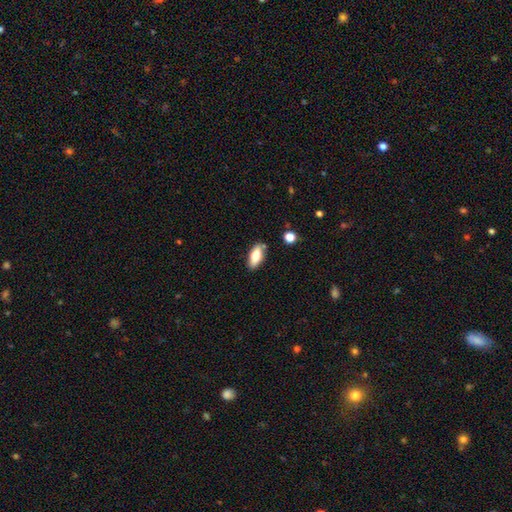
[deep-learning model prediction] smooth_or_featured: smooth (p=0.72) [alt: featured or disk p=0.21]
how_rounded: in between (p=0.83) [alt: cigar-shaped p=0.13]
merging: none (p=0.82) [alt: minor disturbance p=0.12]